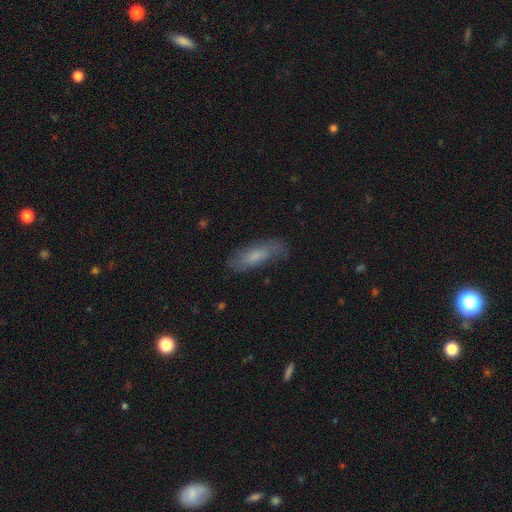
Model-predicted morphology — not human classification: Overall: smooth (63%; featured or disk 30%). How rounded: in between (56%; cigar-shaped 42%). Merging: none (72%).